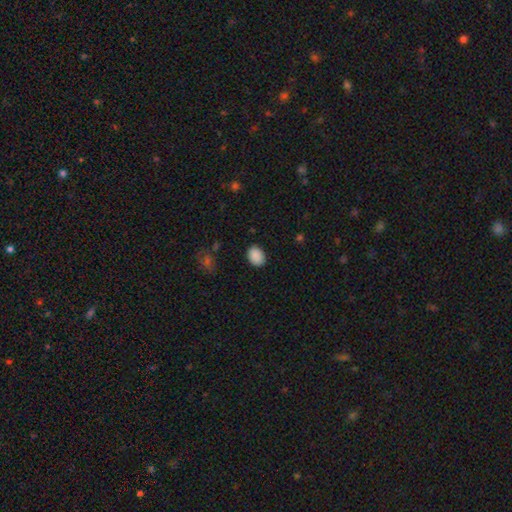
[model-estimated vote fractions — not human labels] The model was most divided on "how rounded": in between: 66%, round: 33%, cigar-shaped: 1%. More confident: smooth or featured — smooth (89%); merging — none (85%).